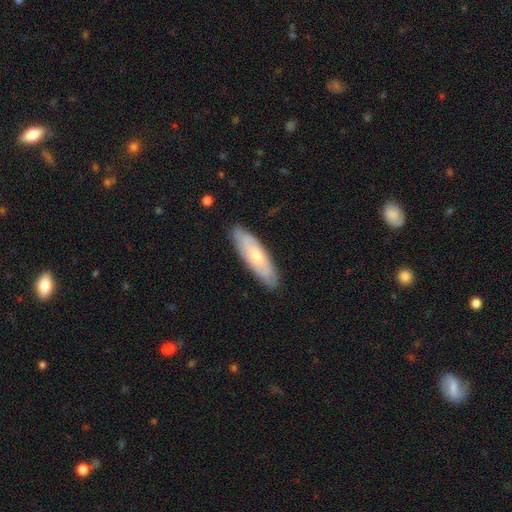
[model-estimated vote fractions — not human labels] Smooth or featured?
  - smooth: 48% *
  - featured or disk: 47%
  - star or artifact: 6%
Merging?
  - none: 86% *
  - minor disturbance: 11%
  - major disturbance: 2%
  - merger: 1%